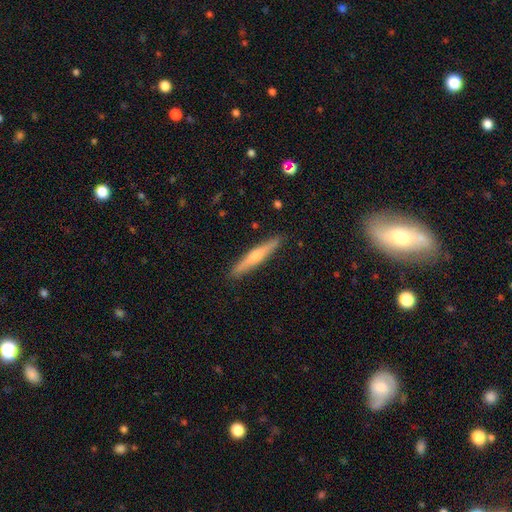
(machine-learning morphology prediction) Smooth or featured: featured or disk — 55% (smooth — 40%)
Edge-on disk: yes — 96% (no — 4%)
Edge-on bulge: rounded — 81% (none — 14%)
Merging: none — 91% (minor disturbance — 7%)